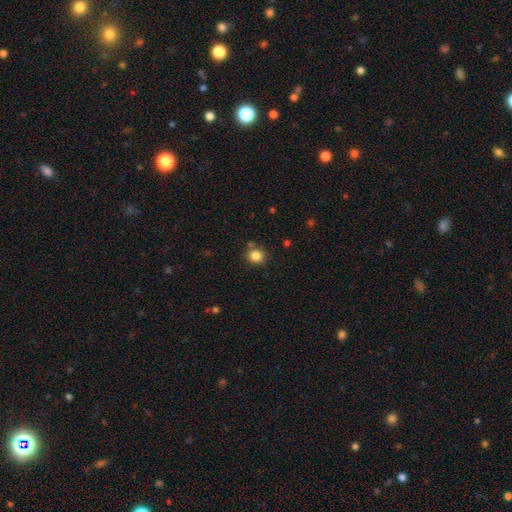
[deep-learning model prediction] The model was most divided on "merging": none: 78%, minor disturbance: 10%, merger: 8%, major disturbance: 3%. More confident: how rounded — round (88%); smooth or featured — smooth (84%).